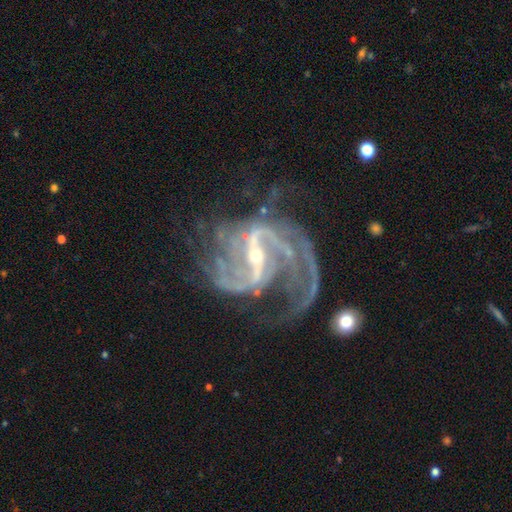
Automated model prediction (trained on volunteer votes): smooth_or_featured: featured or disk (p=0.92) [alt: star or artifact p=0.06]
disk_edge_on: no (p=0.97) [alt: yes p=0.03]
bar: strong (p=0.65) [alt: weak p=0.28]
has_spiral_arms: yes (p=0.98) [alt: no p=0.02]
spiral_winding: medium (p=0.50) [alt: loose p=0.30]
spiral_arm_count: 2 (p=0.53) [alt: 3 p=0.14]
bulge_size: small (p=0.72) [alt: moderate p=0.25]
merging: none (p=0.48) [alt: major disturbance p=0.30]